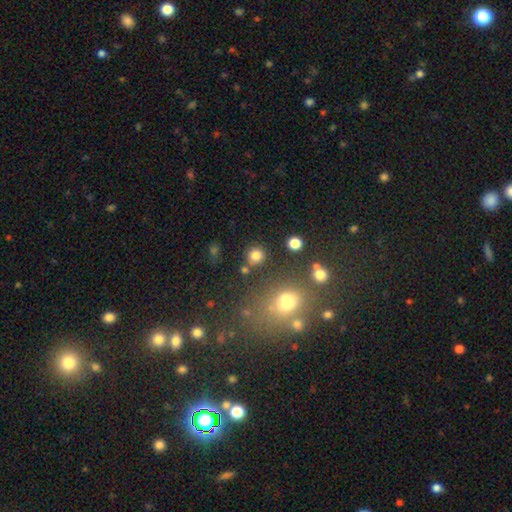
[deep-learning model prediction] Smooth or featured? smooth (80%)
How rounded? round (90%)
Merging? none (81%)